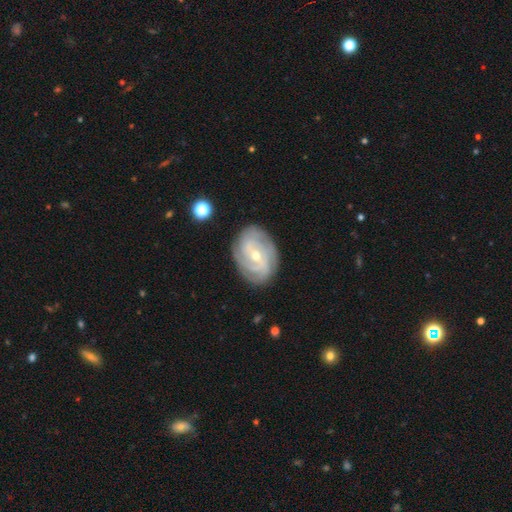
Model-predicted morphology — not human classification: Smooth or featured?
  - featured or disk: 85% *
  - smooth: 10%
  - star or artifact: 5%
Edge-on disk?
  - no: 97% *
  - yes: 3%
Bar?
  - weak: 43% *
  - no: 42%
  - strong: 15%
Spiral arms?
  - yes: 96% *
  - no: 4%
Spiral winding?
  - tight: 65% *
  - medium: 28%
  - loose: 7%
Spiral arm count?
  - 3: 28% *
  - can't tell: 25%
  - 2: 18%
  - 4: 18%
  - more than 4: 6%
  - 1: 5%
Bulge size?
  - small: 54% *
  - moderate: 44%
  - large: 1%
  - none: 1%
  - dominant: 1%
Merging?
  - none: 83% *
  - minor disturbance: 13%
  - major disturbance: 3%
  - merger: 1%